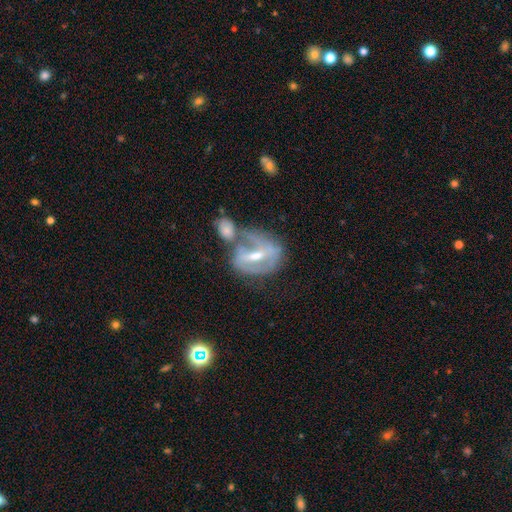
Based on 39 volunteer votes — Smooth or featured?
  - featured or disk: 79% *
  - star or artifact: 13%
  - smooth: 8%
Edge-on disk?
  - no: 90% *
  - yes: 10%
Bar?
  - strong: 54% *
  - weak: 29%
  - no: 18%
Spiral arms?
  - yes: 57% *
  - no: 43%
Spiral winding?
  - tight: 38% * (tied)
  - medium: 38% * (tied)
  - loose: 25%
Spiral arm count?
  - 2: 50% *
  - 1: 25%
  - can't tell: 25%
  - 3: 0%
  - 4: 0%
  - more than 4: 0%
Bulge size?
  - moderate: 75% *
  - small: 21%
  - none: 4%
  - dominant: 0%
  - large: 0%
Merging?
  - merger: 62% *
  - major disturbance: 32%
  - none: 6%
  - minor disturbance: 0%